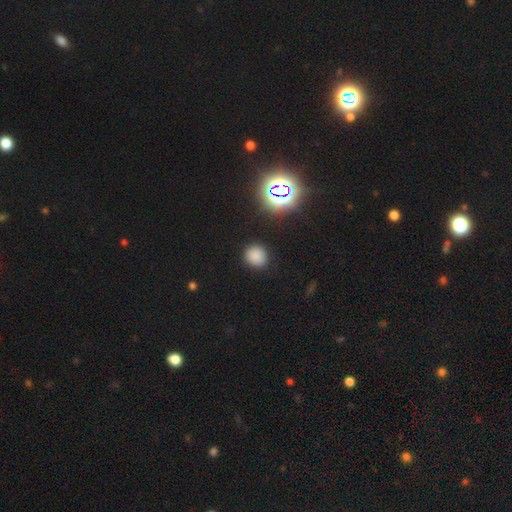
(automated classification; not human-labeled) Smooth or featured?
  - smooth: 78% *
  - star or artifact: 17%
  - featured or disk: 5%
How rounded?
  - round: 82% *
  - in between: 17%
  - cigar-shaped: 1%
Merging?
  - none: 87% *
  - minor disturbance: 9%
  - major disturbance: 3%
  - merger: 1%